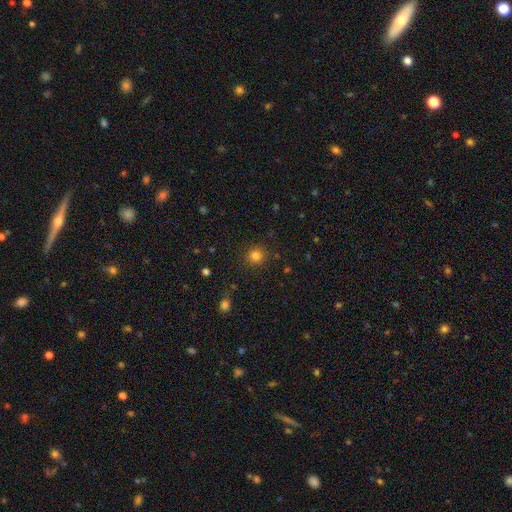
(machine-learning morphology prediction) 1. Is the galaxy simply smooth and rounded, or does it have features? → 81% smooth, 14% star or artifact, 5% featured or disk.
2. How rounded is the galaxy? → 92% round, 7% in between, 1% cigar-shaped.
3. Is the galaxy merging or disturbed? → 88% none, 8% minor disturbance, 3% major disturbance, 1% merger.